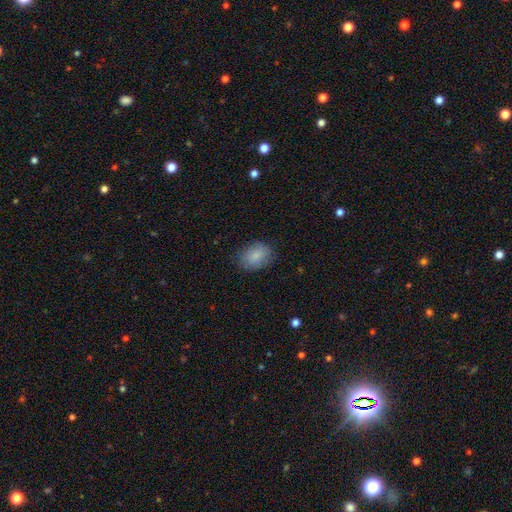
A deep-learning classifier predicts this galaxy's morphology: This appears to be a smooth galaxy with no disk features (85%) that is in between round and cigar-shaped (76%). Merging: none (81%).